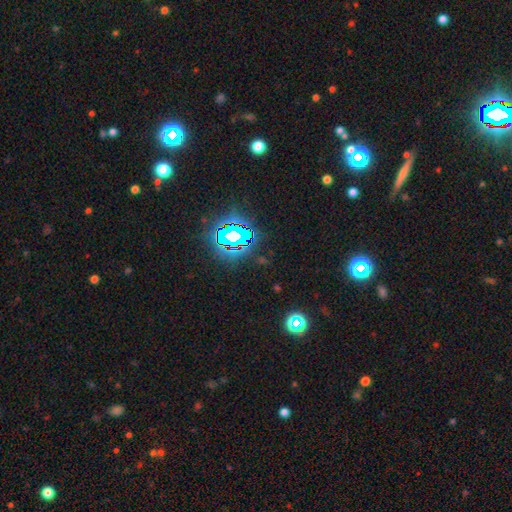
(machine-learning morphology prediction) Smooth or featured?
  - star or artifact: 80% *
  - smooth: 12%
  - featured or disk: 8%